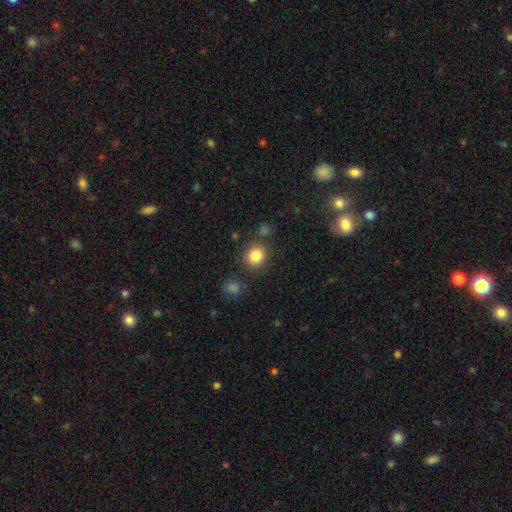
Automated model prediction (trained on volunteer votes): Q: Smooth or featured?
A: smooth (83%); runner-up: star or artifact (11%)
Q: How rounded?
A: round (81%); runner-up: in between (18%)
Q: Merging?
A: none (83%); runner-up: minor disturbance (9%)